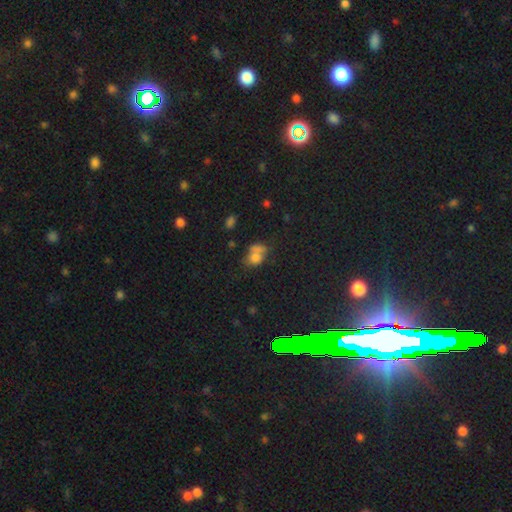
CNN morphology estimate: Smooth or featured?
  - smooth: 70% *
  - star or artifact: 16%
  - featured or disk: 14%
How rounded?
  - in between: 56% *
  - round: 43%
  - cigar-shaped: 2%
Merging?
  - merger: 39% *
  - none: 31%
  - minor disturbance: 18%
  - major disturbance: 12%